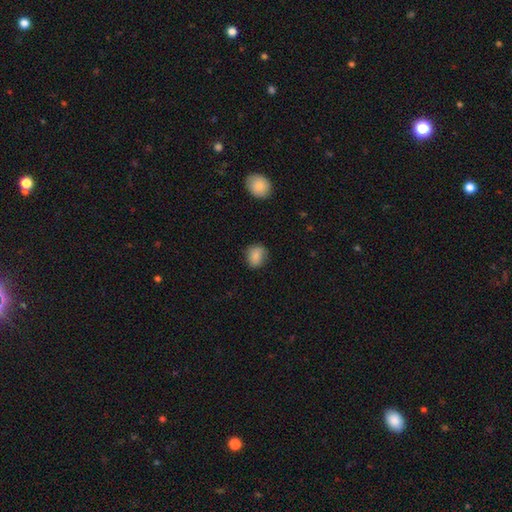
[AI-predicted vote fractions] This is clearly a smooth galaxy (84%). How rounded: likely round (63%). Merging: likely none (79%).